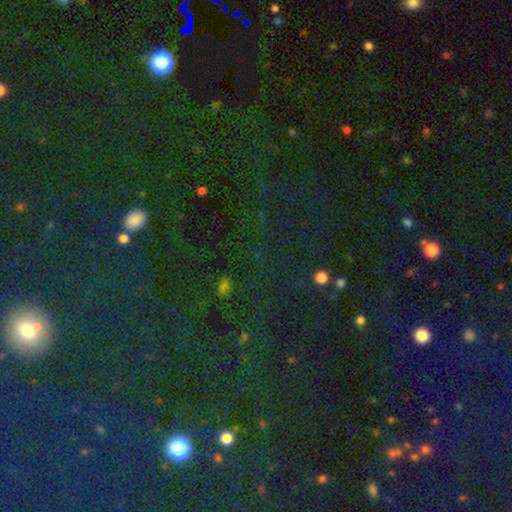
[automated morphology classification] The model was most divided on "smooth or featured": star or artifact: 75%, smooth: 17%, featured or disk: 9%.